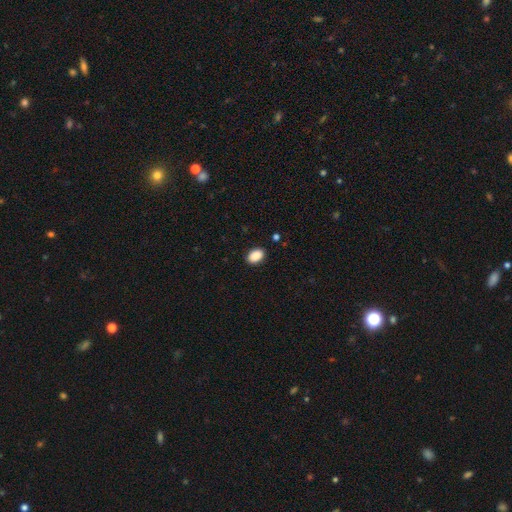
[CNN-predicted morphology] Smooth or featured: smooth — 90% (star or artifact — 8%)
How rounded: in between — 87% (round — 11%)
Merging: none — 89% (minor disturbance — 8%)